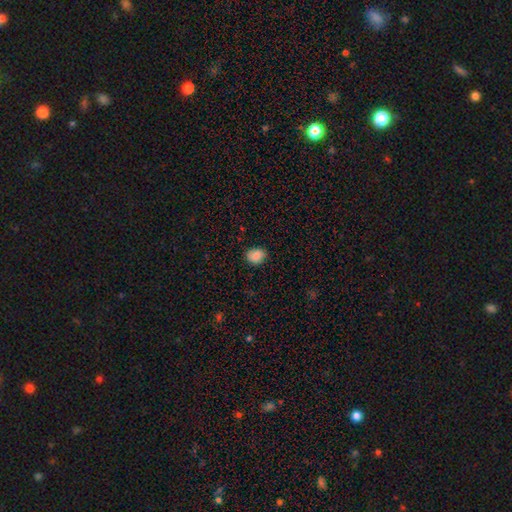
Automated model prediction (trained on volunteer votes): smooth 87%, star or artifact 9%, featured or disk 4%. Down the decision tree: how rounded — in between (50%); merging — none (80%).